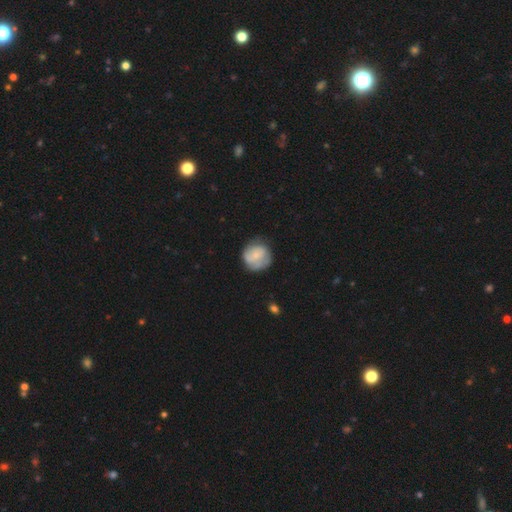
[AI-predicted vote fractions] Smooth or featured: smooth — 56% (featured or disk — 38%)
How rounded: round — 88% (in between — 11%)
Merging: none — 67% (minor disturbance — 23%)